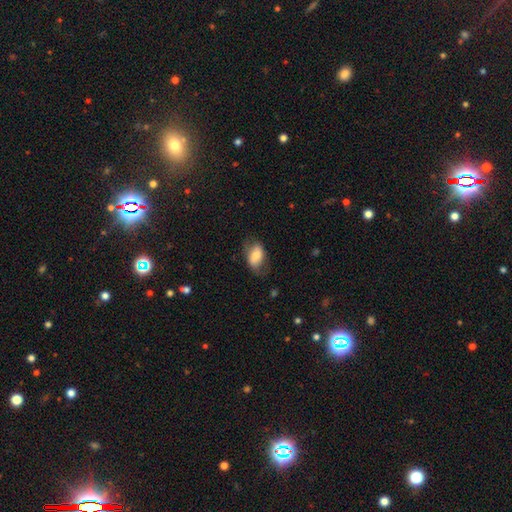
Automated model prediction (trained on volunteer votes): smooth_or_featured: smooth (p=0.70) [alt: featured or disk p=0.23]
how_rounded: in between (p=0.90) [alt: round p=0.08]
merging: none (p=0.61) [alt: minor disturbance p=0.25]